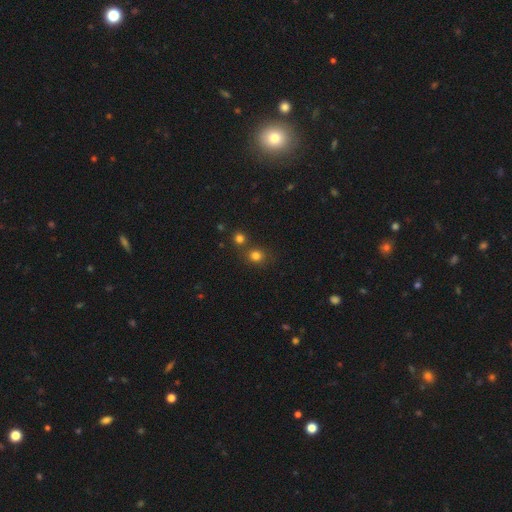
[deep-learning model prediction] smooth 77%, star or artifact 17%, featured or disk 6%. Down the decision tree: how rounded — round (82%); merging — none (69%).